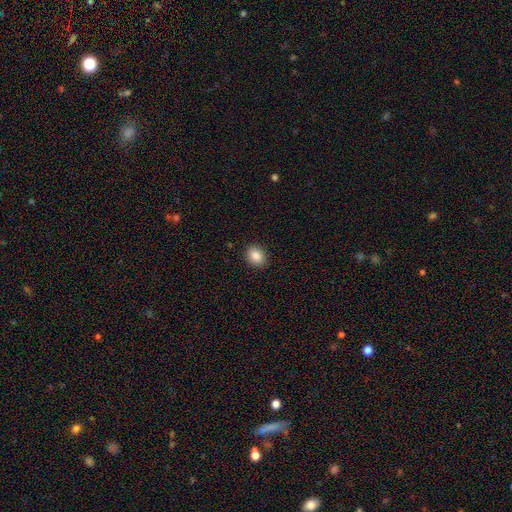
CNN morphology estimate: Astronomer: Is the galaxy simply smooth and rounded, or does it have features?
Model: smooth — 87%.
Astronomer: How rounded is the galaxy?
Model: in between — 64%.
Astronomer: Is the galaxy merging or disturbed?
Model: none — 90%.